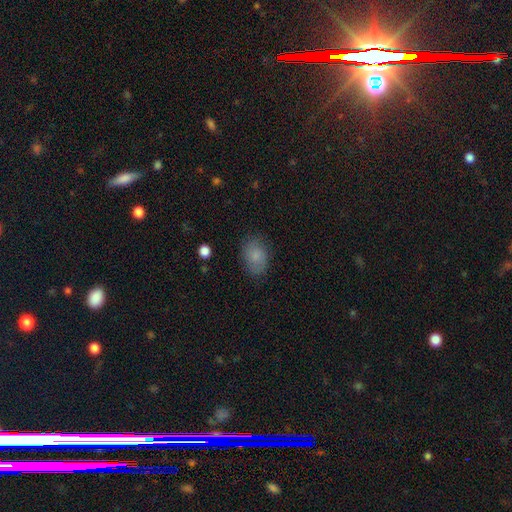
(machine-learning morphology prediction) Smooth or featured? Predicted: smooth (p=0.76). How rounded? Predicted: in between (p=0.81). Merging? Predicted: none (p=0.79).